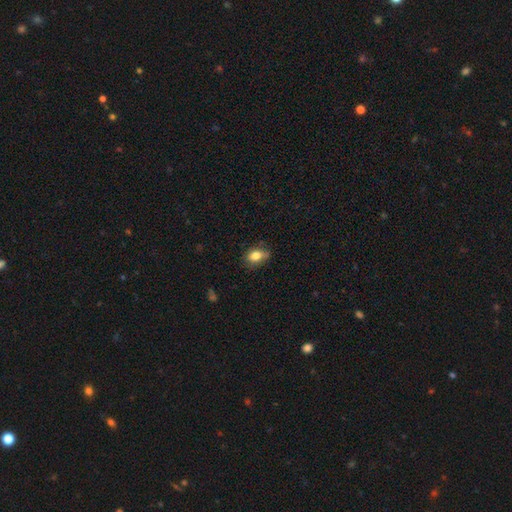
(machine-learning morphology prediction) Q: Smooth or featured?
A: smooth (79%); runner-up: featured or disk (12%)
Q: How rounded?
A: in between (79%); runner-up: round (18%)
Q: Merging?
A: none (66%); runner-up: minor disturbance (26%)